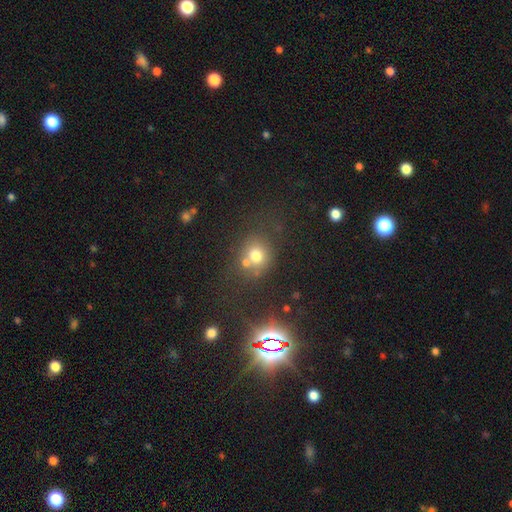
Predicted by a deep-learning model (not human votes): This is likely a smooth galaxy (70%). How rounded: likely round (77%). Merging: possibly none (54%).